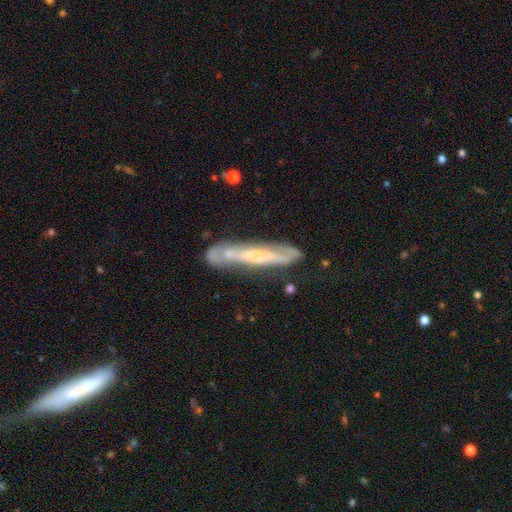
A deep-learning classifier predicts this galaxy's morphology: Q: Smooth or featured?
A: featured or disk (64%); runner-up: smooth (29%)
Q: Edge-on disk?
A: yes (65%); runner-up: no (35%)
Q: Merging?
A: none (64%); runner-up: minor disturbance (22%)